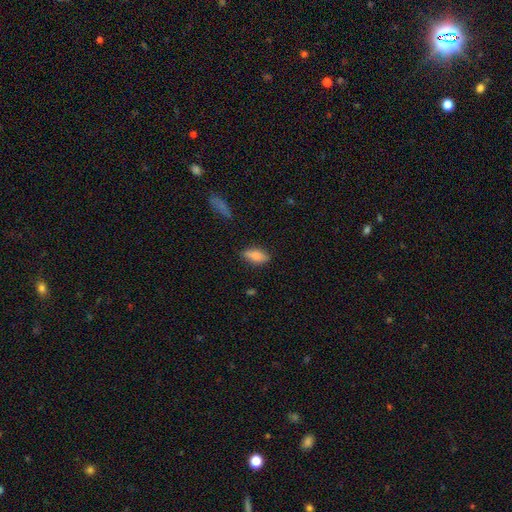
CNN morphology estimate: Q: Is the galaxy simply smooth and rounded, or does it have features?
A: smooth — 79%.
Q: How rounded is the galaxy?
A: in between — 83%.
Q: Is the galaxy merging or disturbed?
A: none — 81%.